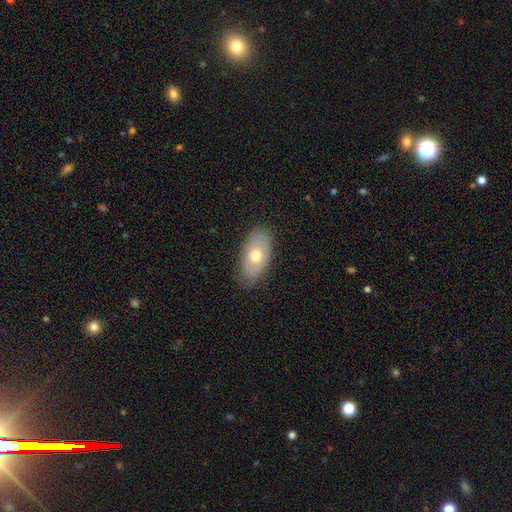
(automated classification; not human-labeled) Overall: smooth (59%; featured or disk 34%). How rounded: in between (91%). Merging: none (82%).